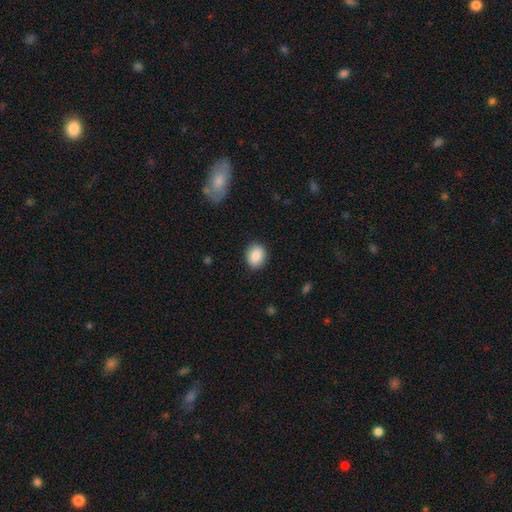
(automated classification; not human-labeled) smooth 88%, star or artifact 8%, featured or disk 5%. Down the decision tree: how rounded — round (52%); merging — none (89%).